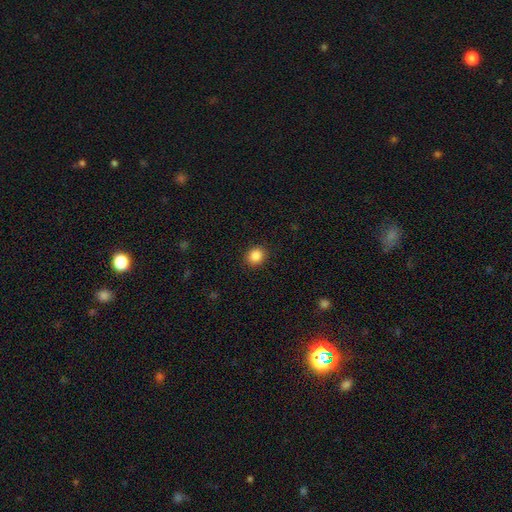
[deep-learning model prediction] This appears to be a smooth galaxy with no disk features (87%) that is round (73%). Merging: none (91%).